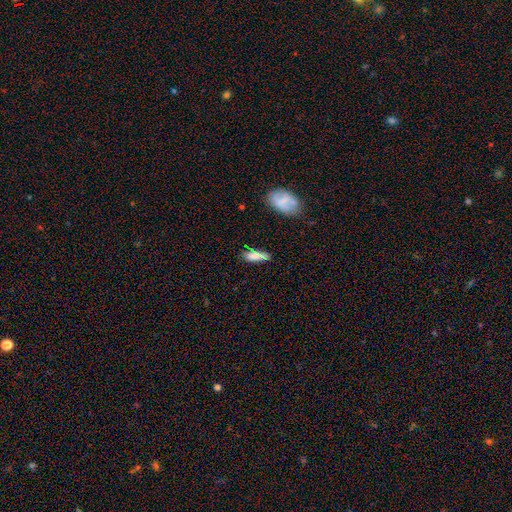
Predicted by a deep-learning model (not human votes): Smooth or featured: smooth — 77% (featured or disk — 15%)
How rounded: cigar-shaped — 51% (in between — 47%)
Merging: none — 57% (minor disturbance — 27%)